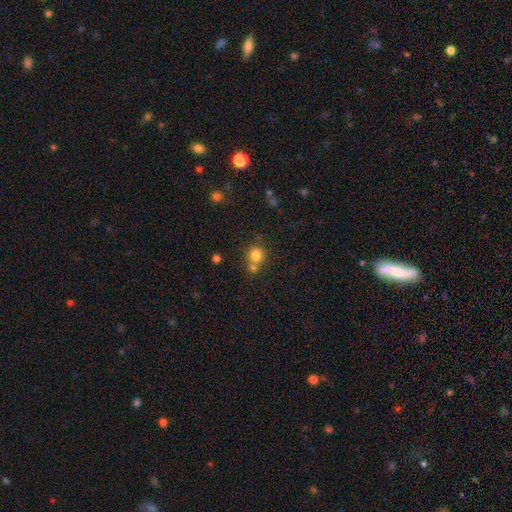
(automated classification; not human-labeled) Overall: smooth (81%). How rounded: round (86%). Merging: none (52%; merger 37%).